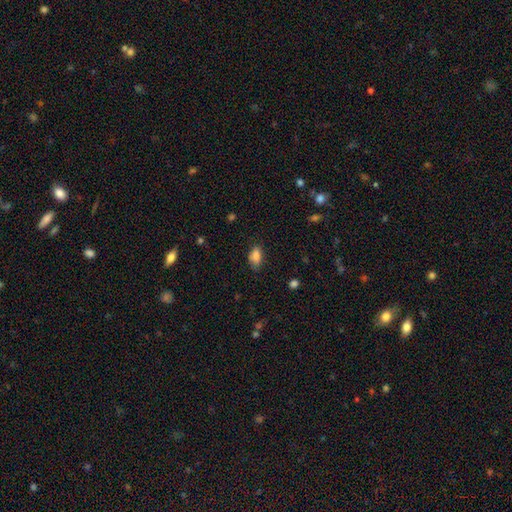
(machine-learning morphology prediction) This appears to be a smooth galaxy with no disk features (84%) that is in between round and cigar-shaped (89%). Merging: none (66%).